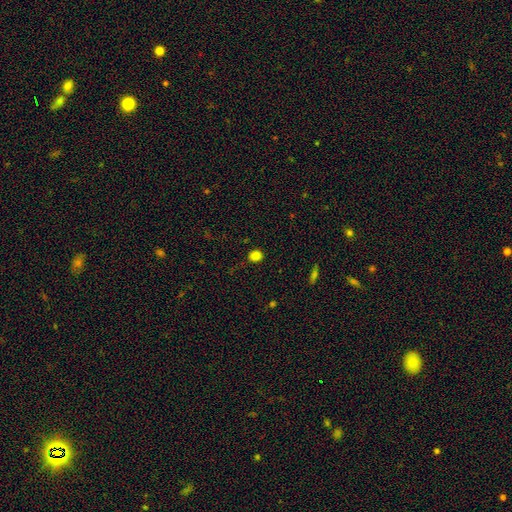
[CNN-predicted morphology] Smooth or featured?
  - smooth: 82% *
  - star or artifact: 15%
  - featured or disk: 3%
How rounded?
  - round: 74% *
  - in between: 25%
  - cigar-shaped: 1%
Merging?
  - none: 83% *
  - minor disturbance: 13%
  - major disturbance: 3%
  - merger: 1%